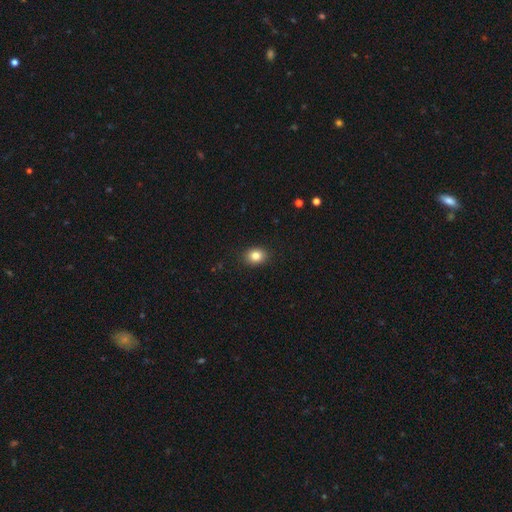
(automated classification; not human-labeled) Smooth or featured? smooth (84%)
How rounded? in between (50%)
Merging? none (89%)